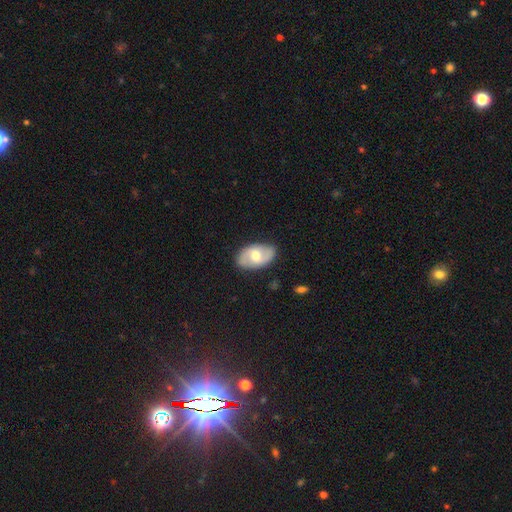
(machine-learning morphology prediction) This appears to be a featured or disk galaxy (55%) with no bar (49%), spiral arms (77%) and a moderate central bulge (68%). Merging: none (81%).